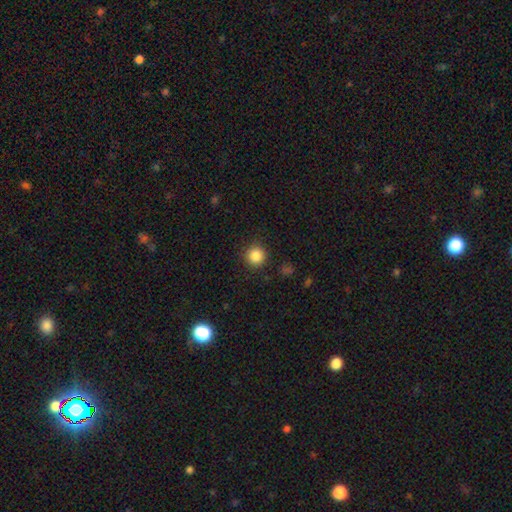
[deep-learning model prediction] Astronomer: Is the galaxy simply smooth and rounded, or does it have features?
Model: smooth — 86%.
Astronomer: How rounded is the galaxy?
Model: round — 95%.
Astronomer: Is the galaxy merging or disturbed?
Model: none — 90%.